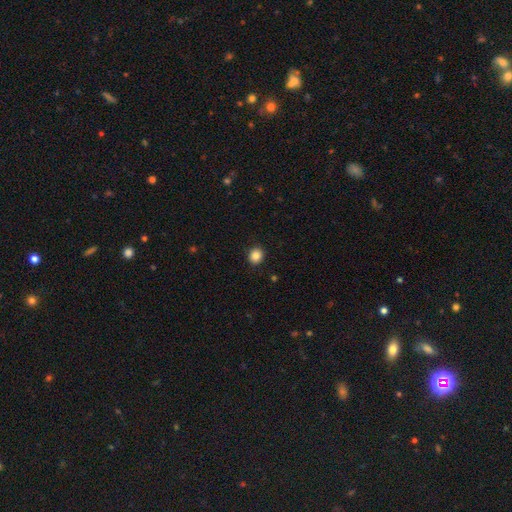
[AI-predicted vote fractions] This appears to be a smooth galaxy with no disk features (86%) that is round (78%). Merging: none (91%).